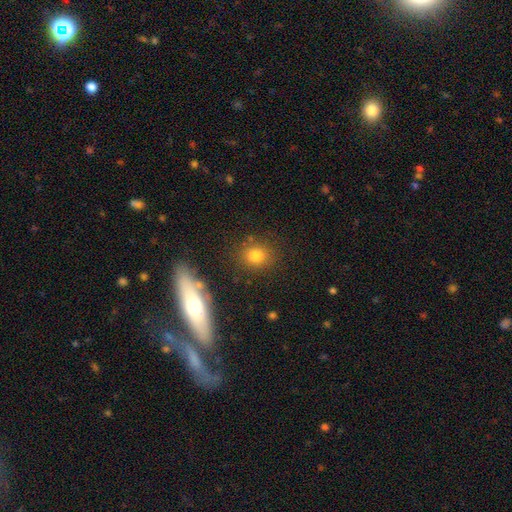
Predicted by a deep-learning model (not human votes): Q: Smooth or featured?
A: smooth (77%); runner-up: star or artifact (15%)
Q: How rounded?
A: round (75%); runner-up: in between (24%)
Q: Merging?
A: none (82%); runner-up: minor disturbance (10%)